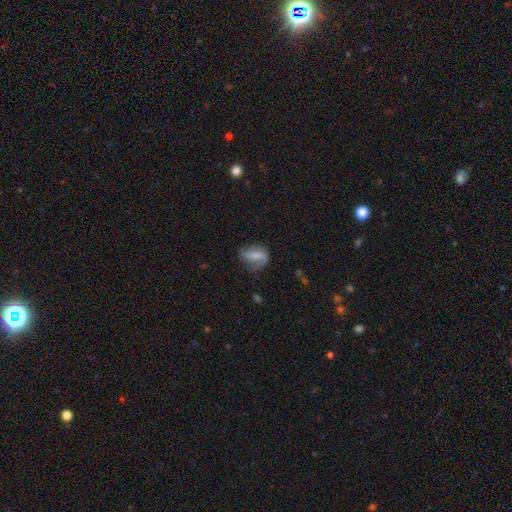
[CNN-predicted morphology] Smooth or featured? Predicted: featured or disk (p=0.46). Merging? Predicted: none (p=0.53).